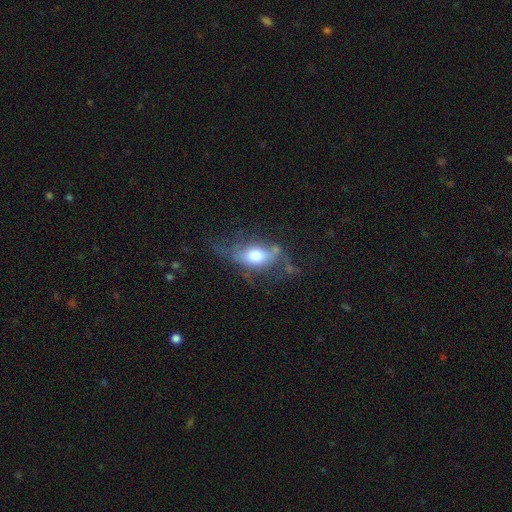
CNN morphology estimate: The model was most divided on "smooth or featured": smooth: 46%, featured or disk: 43%, star or artifact: 11%. Remaining: merging — none (39%).